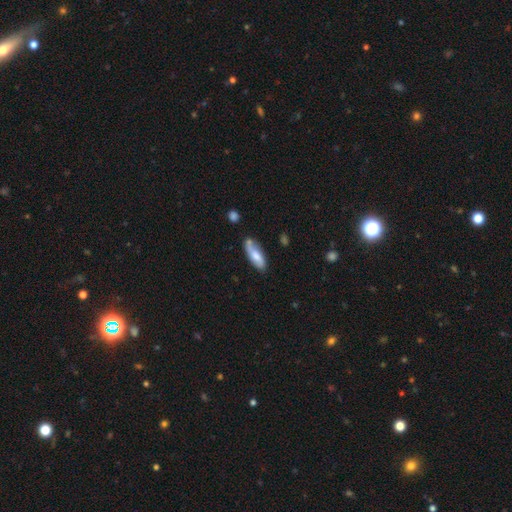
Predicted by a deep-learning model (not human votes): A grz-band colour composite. It shows a smooth galaxy with no disk features (66%) that is in between round and cigar-shaped (61%). Merging: none (63%).